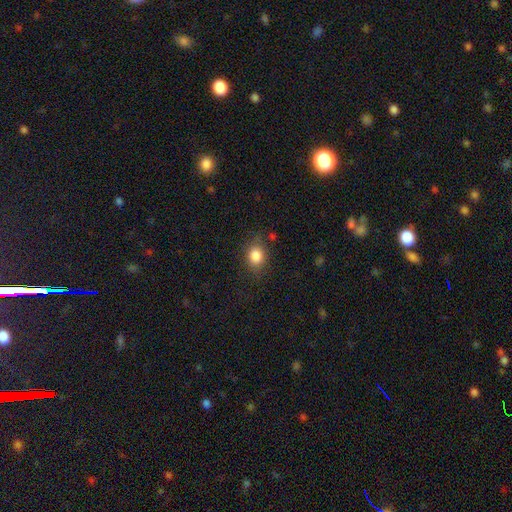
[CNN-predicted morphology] Q: Smooth or featured?
A: smooth (84%); runner-up: star or artifact (10%)
Q: How rounded?
A: round (55%); runner-up: in between (44%)
Q: Merging?
A: none (77%); runner-up: minor disturbance (16%)